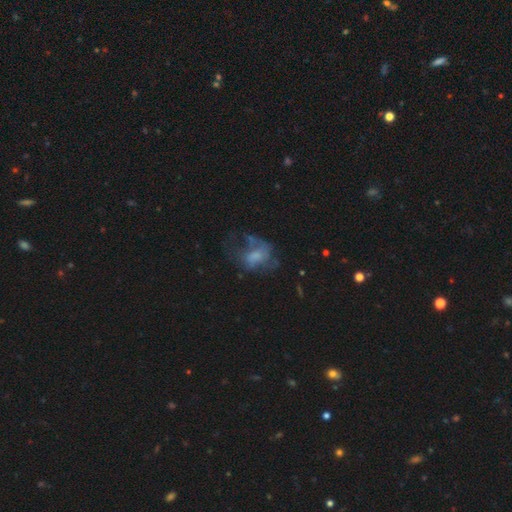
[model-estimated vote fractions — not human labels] This appears to be a featured or disk galaxy (47%). Merging: major disturbance (43%).